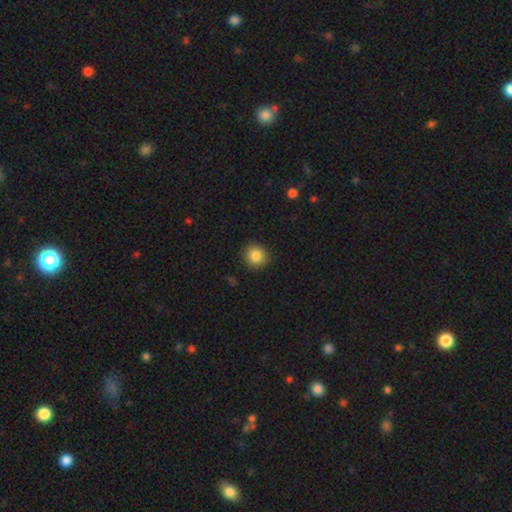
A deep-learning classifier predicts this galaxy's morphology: Overall: smooth (85%). How rounded: round (90%). Merging: none (91%).